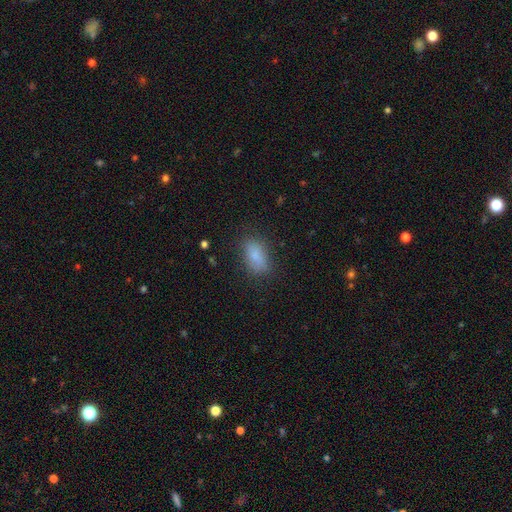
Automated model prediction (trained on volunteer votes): smooth 84%, star or artifact 9%, featured or disk 7%. Down the decision tree: how rounded — in between (88%); merging — none (75%).